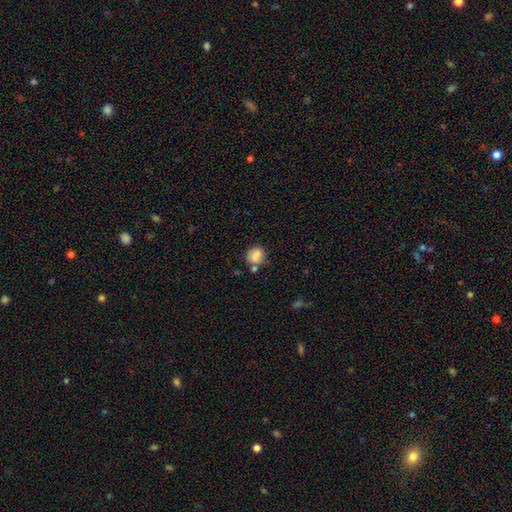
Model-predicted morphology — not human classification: smooth 79%, featured or disk 11%, star or artifact 10%. Down the decision tree: how rounded — round (63%); merging — none (60%).